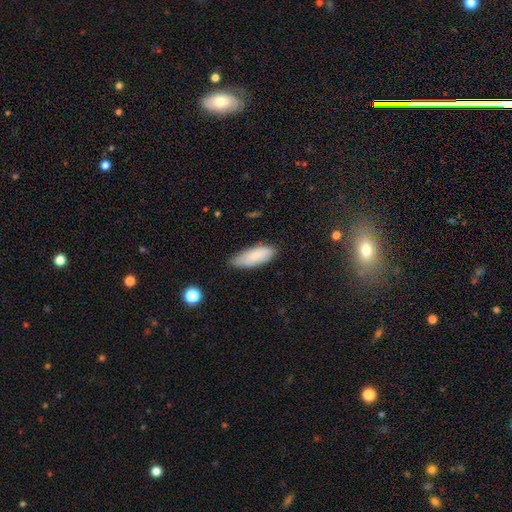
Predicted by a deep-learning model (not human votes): smooth_or_featured: smooth (p=0.78) [alt: featured or disk p=0.16]
how_rounded: in between (p=0.75) [alt: cigar-shaped p=0.23]
merging: none (p=0.70) [alt: minor disturbance p=0.25]